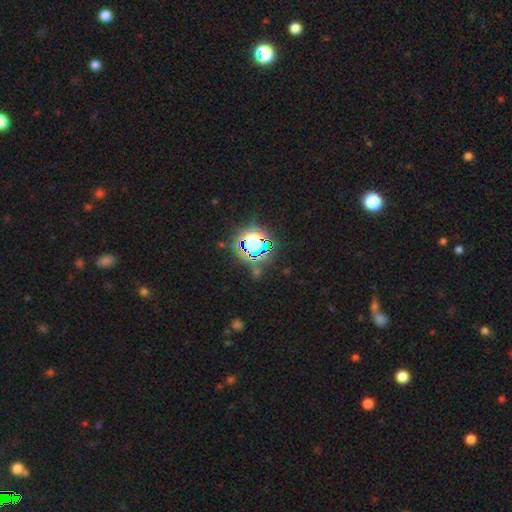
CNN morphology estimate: Smooth or featured?
  - star or artifact: 78% *
  - smooth: 14%
  - featured or disk: 8%